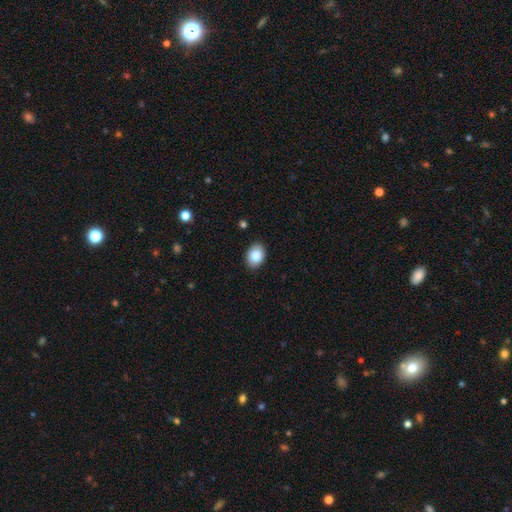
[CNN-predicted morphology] Overall: smooth (86%). How rounded: in between (77%). Merging: none (88%).